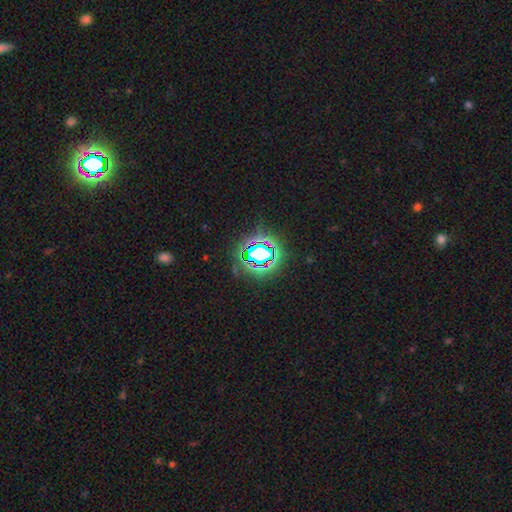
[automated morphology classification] star or artifact 74%, smooth 16%, featured or disk 10%.